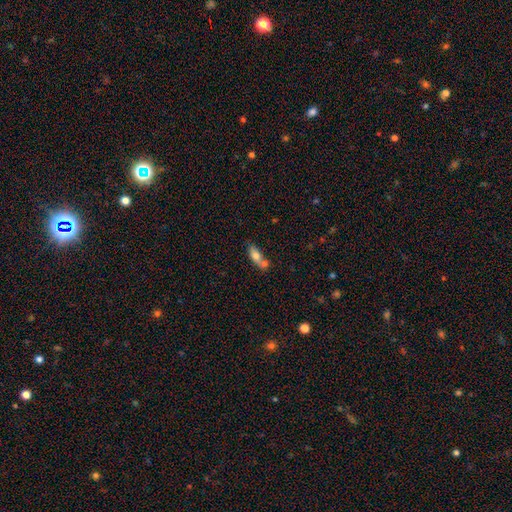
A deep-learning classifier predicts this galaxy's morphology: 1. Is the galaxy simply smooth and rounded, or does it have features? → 69% smooth, 23% featured or disk, 8% star or artifact.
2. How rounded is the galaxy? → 75% in between, 21% cigar-shaped, 5% round.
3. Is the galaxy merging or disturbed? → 47% merger, 35% none, 13% minor disturbance, 5% major disturbance.